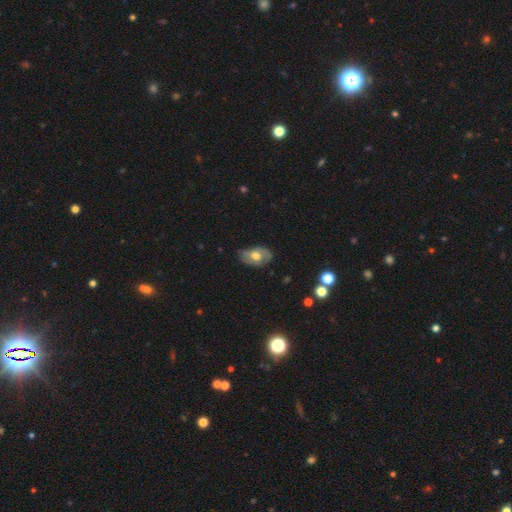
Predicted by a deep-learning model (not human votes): The model was most divided on "smooth or featured": featured or disk: 59%, smooth: 34%, star or artifact: 7%. More confident: edge-on disk — no (94%); spiral arms — yes (71%); bulge size — moderate (70%); merging — none (69%); bar — no (61%).